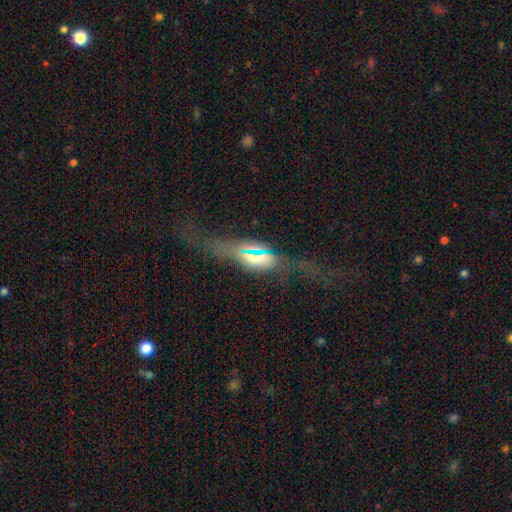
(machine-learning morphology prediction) This is possibly a featured or disk galaxy (51%). It is likely viewed edge-on (61%). Merging: possibly none (49%).